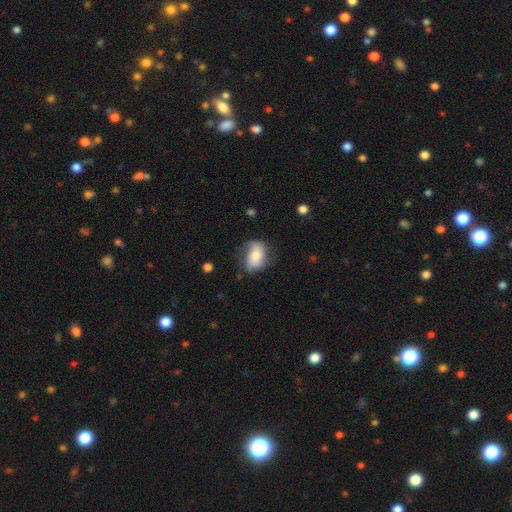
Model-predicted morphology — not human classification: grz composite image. It shows a smooth galaxy with no disk features (58%) that is in between round and cigar-shaped (74%). Merging: none (54%).